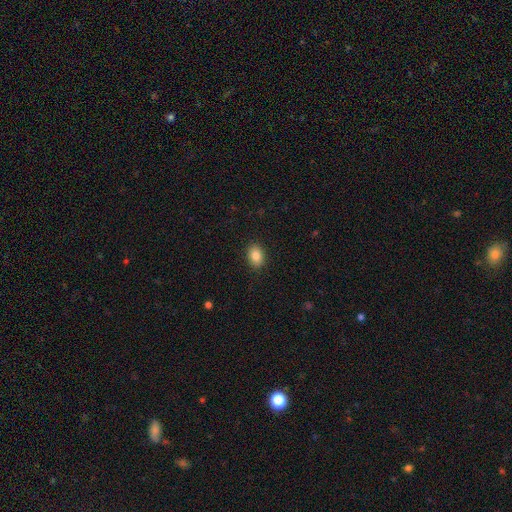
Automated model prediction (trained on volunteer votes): smooth-or-featured: smooth: 86% | star or artifact: 9% | featured or disk: 6%
  how-rounded: in between: 76% | round: 23% | cigar-shaped: 1%
  merging: none: 89% | minor disturbance: 8% | major disturbance: 2% | merger: 1%